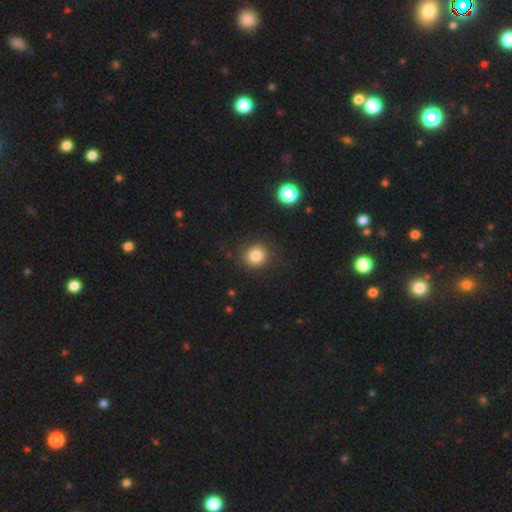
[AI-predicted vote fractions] Overall: smooth (83%). How rounded: round (88%). Merging: none (90%).